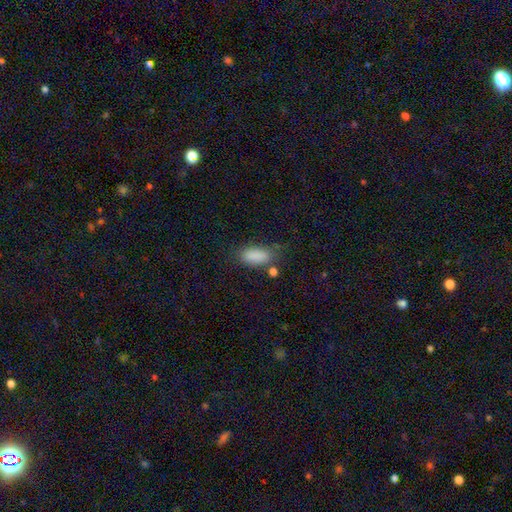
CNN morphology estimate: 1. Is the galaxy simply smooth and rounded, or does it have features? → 86% smooth, 9% star or artifact, 6% featured or disk.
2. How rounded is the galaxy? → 86% in between, 10% cigar-shaped, 4% round.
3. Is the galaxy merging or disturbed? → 65% none, 21% minor disturbance, 8% major disturbance, 7% merger.